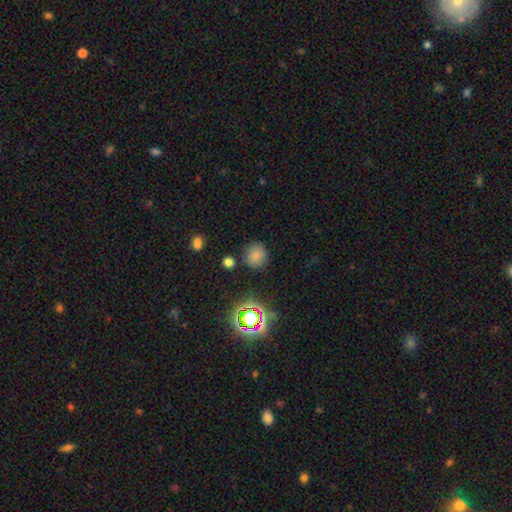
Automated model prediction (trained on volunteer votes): Smooth or featured: smooth — 74% (star or artifact — 19%)
How rounded: round — 90% (in between — 9%)
Merging: none — 83% (minor disturbance — 10%)